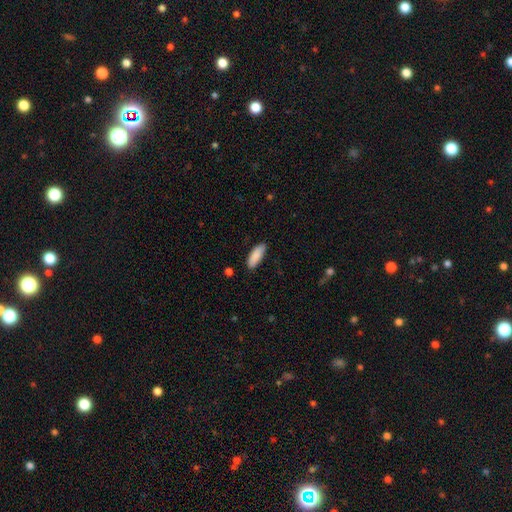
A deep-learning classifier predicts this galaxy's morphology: Smooth or featured: smooth — 90% (star or artifact — 6%)
How rounded: in between — 68% (cigar-shaped — 30%)
Merging: none — 87% (minor disturbance — 10%)